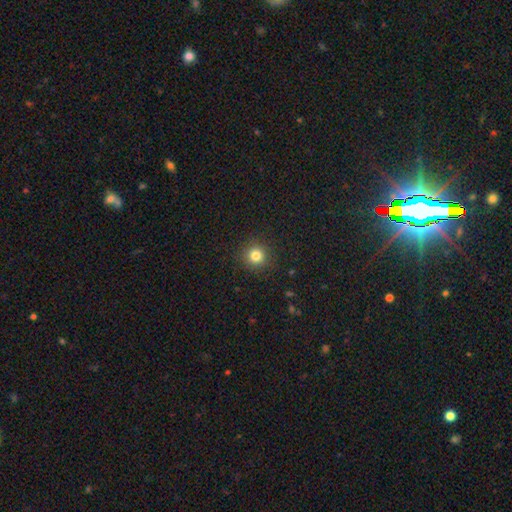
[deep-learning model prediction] This is clearly a smooth galaxy (82%). How rounded: clearly round (94%). Merging: clearly none (91%).